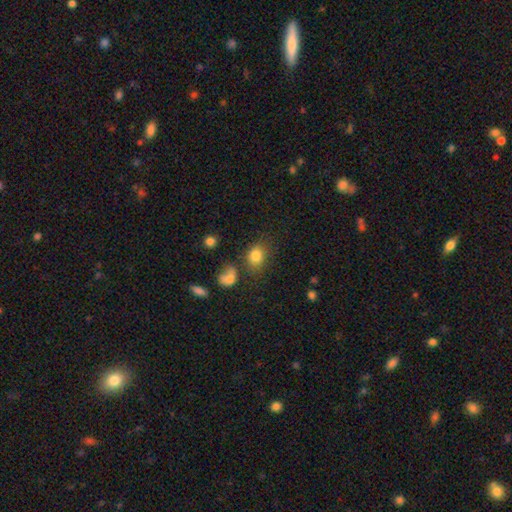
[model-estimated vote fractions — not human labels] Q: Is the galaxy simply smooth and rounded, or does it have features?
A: smooth — 81%.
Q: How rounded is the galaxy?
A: in between — 54%.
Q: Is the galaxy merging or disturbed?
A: none — 65%.